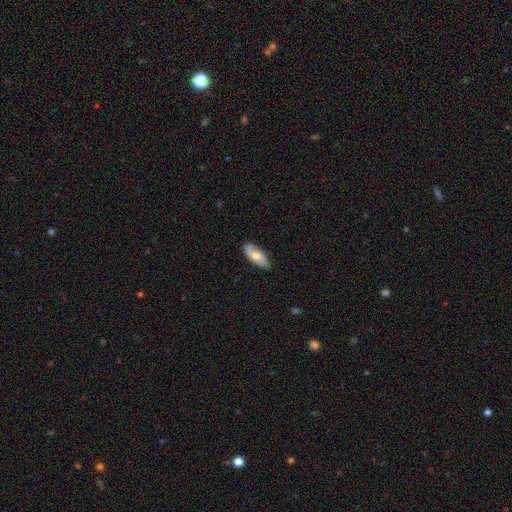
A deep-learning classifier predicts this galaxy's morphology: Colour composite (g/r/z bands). It shows a smooth galaxy with no disk features (54%) that is in between round and cigar-shaped (85%). Merging: none (81%).